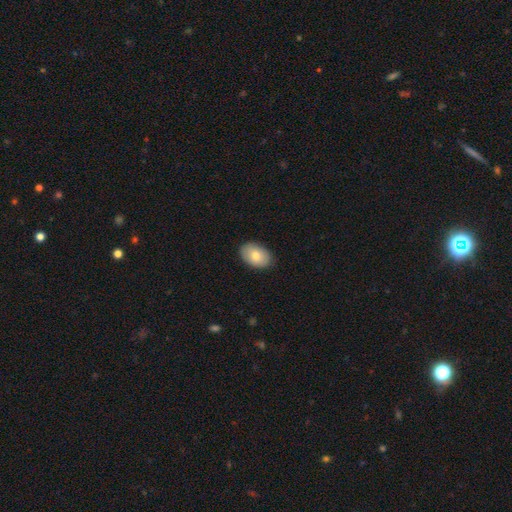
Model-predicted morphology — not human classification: This is likely a smooth galaxy (78%). How rounded: clearly in between (88%). Merging: clearly none (88%).